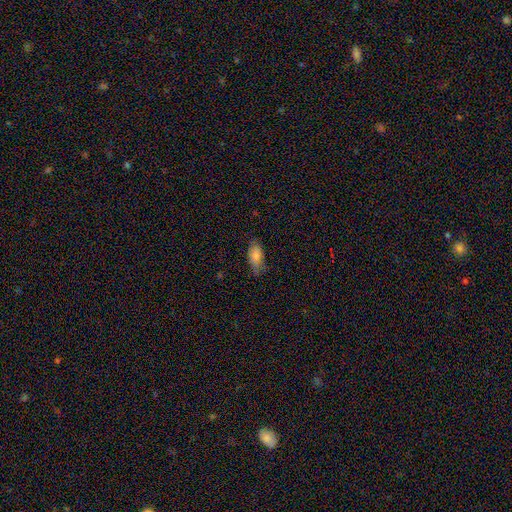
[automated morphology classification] A smooth galaxy with no disk features (82%) that is in between round and cigar-shaped (89%).

Vote fractions:
- Smooth or featured? smooth: 82% / featured or disk: 10% / star or artifact: 8%
- How rounded? in between: 89% / cigar-shaped: 7% / round: 3%
- Merging? none: 62% / minor disturbance: 29% / major disturbance: 7% / merger: 1%